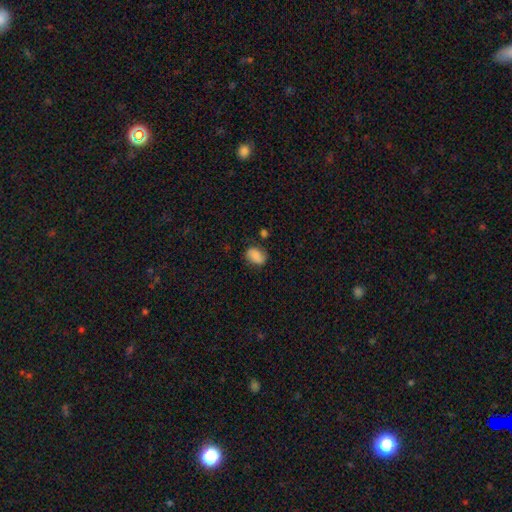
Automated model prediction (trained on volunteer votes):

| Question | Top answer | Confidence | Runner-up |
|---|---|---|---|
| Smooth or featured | smooth | 77% | featured or disk (14%) |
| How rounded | in between | 73% | round (26%) |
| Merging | none | 69% | minor disturbance (21%) |